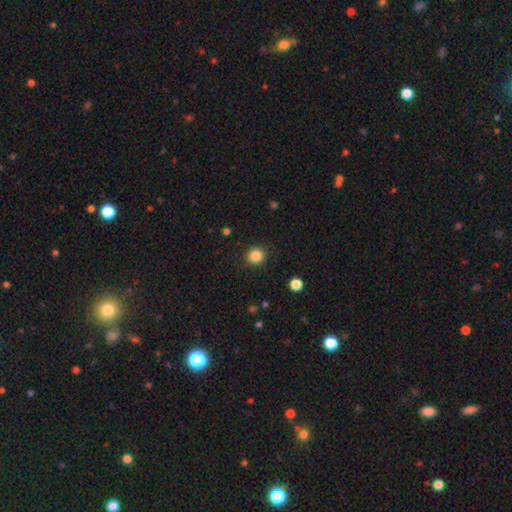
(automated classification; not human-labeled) Morphology: type=smooth (85%); roundness=round (89%); merging=none (91%).